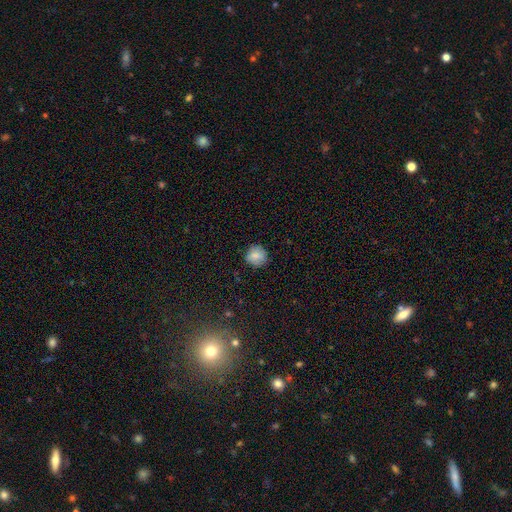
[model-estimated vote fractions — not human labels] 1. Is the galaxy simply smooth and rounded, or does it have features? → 81% smooth, 10% featured or disk, 9% star or artifact.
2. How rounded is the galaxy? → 88% round, 11% in between, 1% cigar-shaped.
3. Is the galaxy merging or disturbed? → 82% none, 14% minor disturbance, 3% major disturbance, 1% merger.